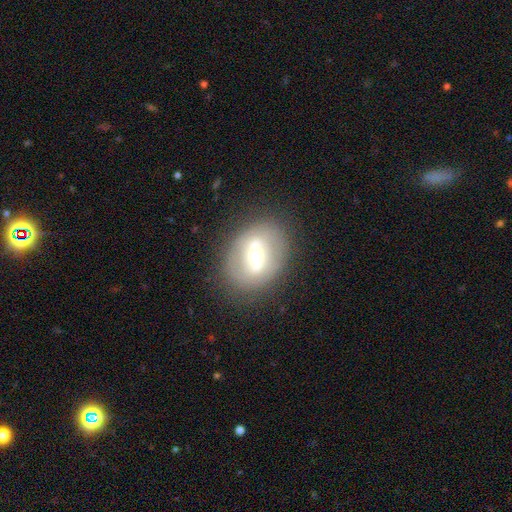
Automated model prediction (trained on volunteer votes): featured or disk 63%, smooth 29%, star or artifact 8%. Down the decision tree: edge-on disk — no (86%); bar — strong (59%); spiral arms — no (71%); bulge size — moderate (63%); merging — none (80%).